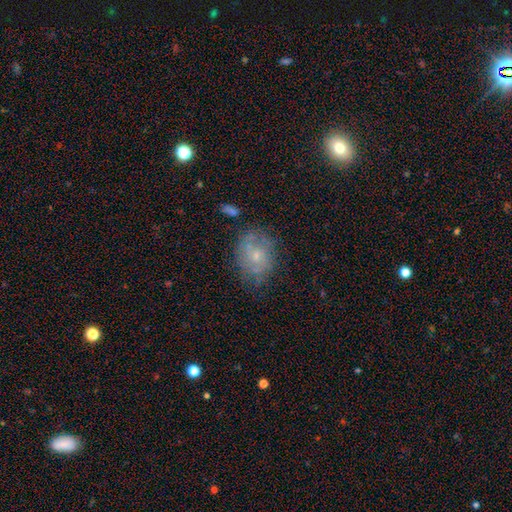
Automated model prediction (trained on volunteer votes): Smooth or featured: featured or disk — 45% (smooth — 44%)
Merging: none — 60% (minor disturbance — 24%)